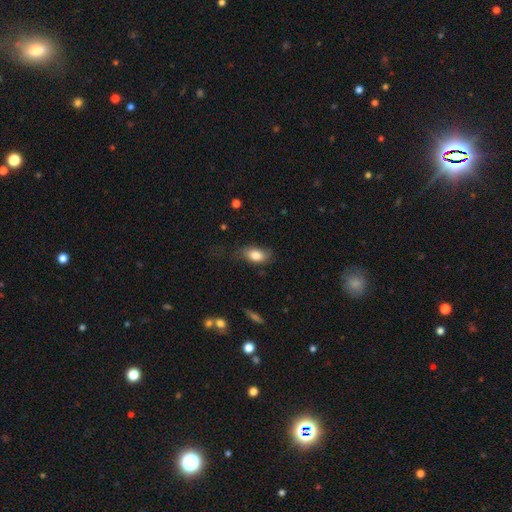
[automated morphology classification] Smooth or featured: smooth — 81% (featured or disk — 12%)
How rounded: in between — 89% (round — 8%)
Merging: none — 59% (minor disturbance — 26%)